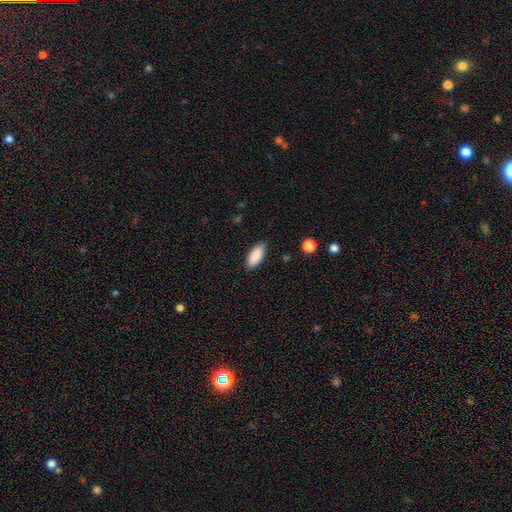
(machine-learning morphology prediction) smooth 89%, star or artifact 6%, featured or disk 5%. Down the decision tree: how rounded — in between (80%); merging — none (85%).